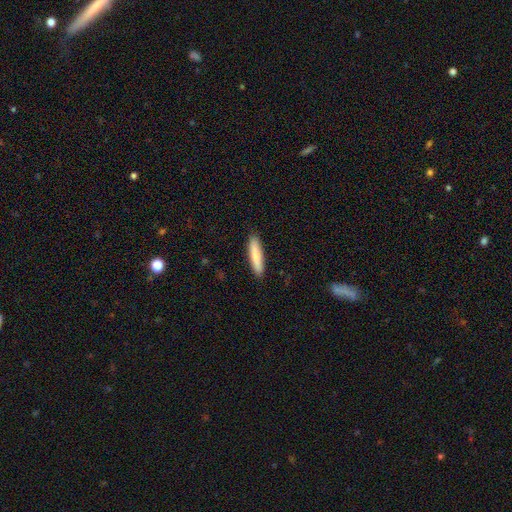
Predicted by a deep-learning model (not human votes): Overall: smooth (81%). How rounded: cigar-shaped (84%). Merging: none (90%).